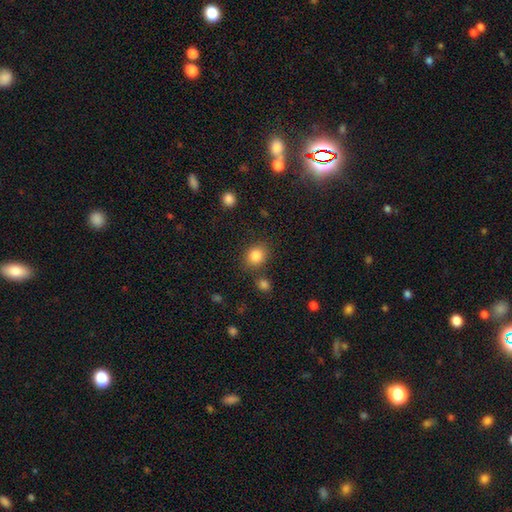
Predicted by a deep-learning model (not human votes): Q: Smooth or featured?
A: smooth (85%); runner-up: star or artifact (10%)
Q: How rounded?
A: round (64%); runner-up: in between (35%)
Q: Merging?
A: none (79%); runner-up: minor disturbance (11%)